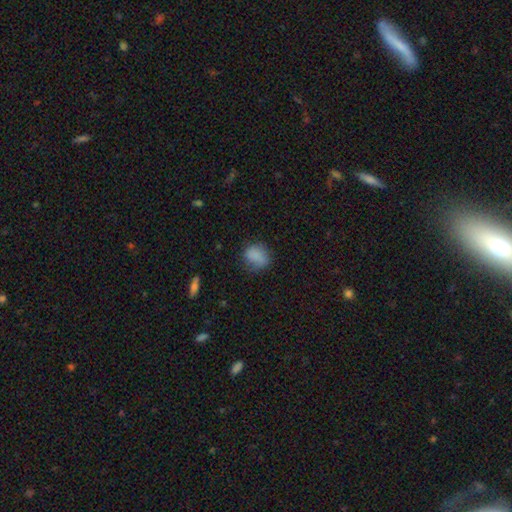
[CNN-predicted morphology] Smooth or featured? smooth (82%)
How rounded? round (54%)
Merging? none (65%)